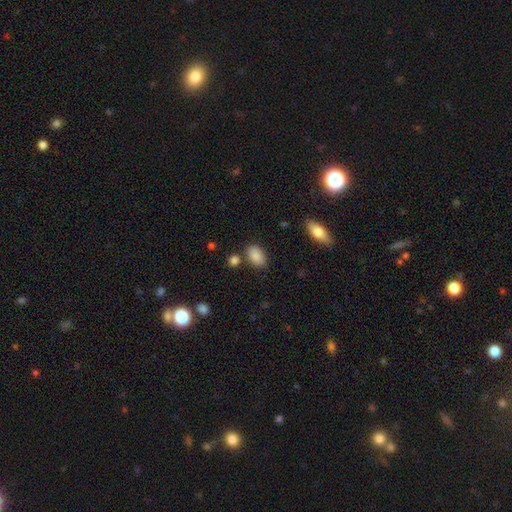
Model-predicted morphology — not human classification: smooth-or-featured: smooth: 87% | star or artifact: 8% | featured or disk: 5%
  how-rounded: in between: 89% | round: 9% | cigar-shaped: 2%
  merging: none: 76% | minor disturbance: 13% | merger: 7% | major disturbance: 4%